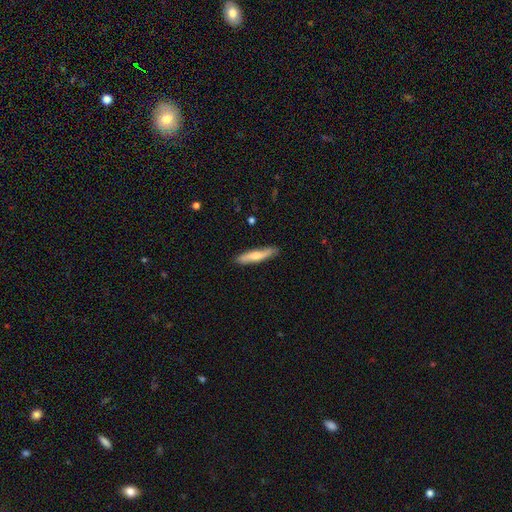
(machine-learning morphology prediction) Q: Smooth or featured?
A: smooth (59%); runner-up: featured or disk (36%)
Q: How rounded?
A: cigar-shaped (86%); runner-up: in between (12%)
Q: Merging?
A: none (83%); runner-up: minor disturbance (13%)